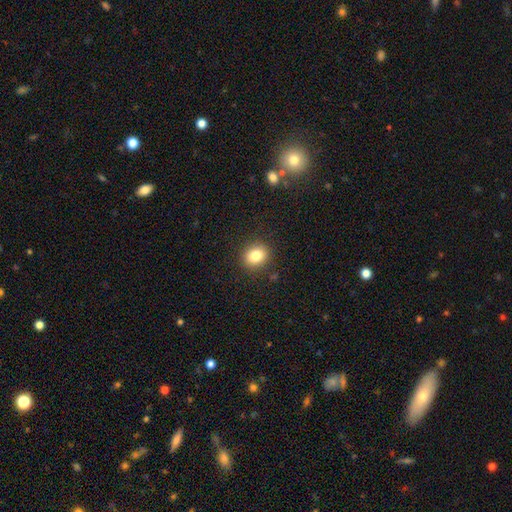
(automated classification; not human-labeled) Overall: smooth (82%). How rounded: round (70%). Merging: none (88%).